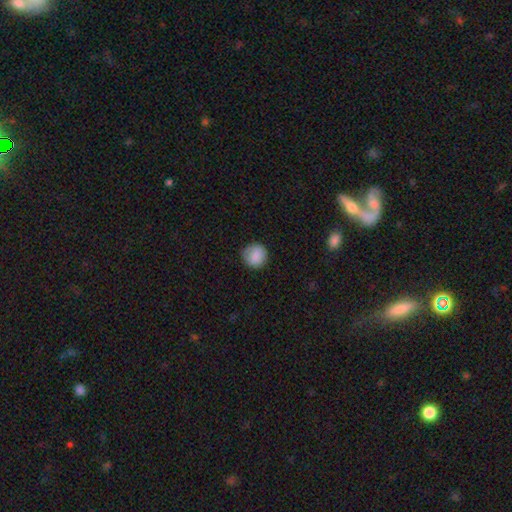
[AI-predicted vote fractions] A smooth galaxy with no disk features (87%) that is round (91%). Merging: none (83%).